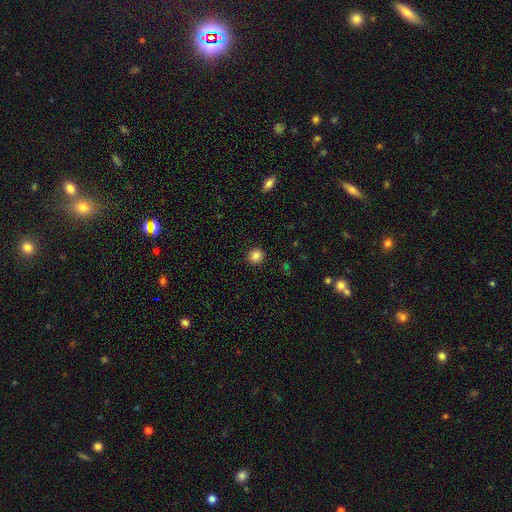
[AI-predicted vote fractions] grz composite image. It shows a smooth galaxy with no disk features (85%) that is round (90%). Merging: none (91%).